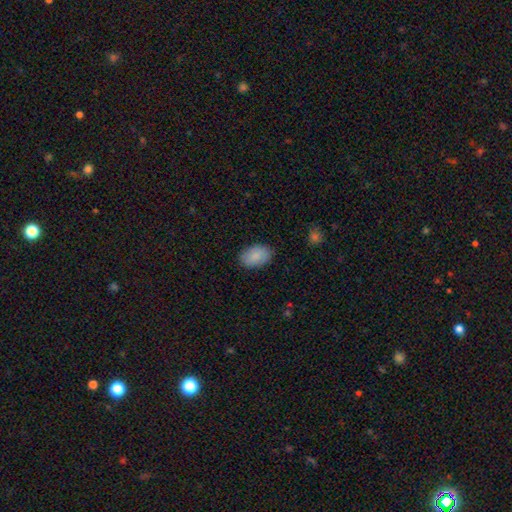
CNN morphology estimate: smooth 88%, star or artifact 6%, featured or disk 6%. Down the decision tree: how rounded — in between (90%); merging — none (86%).